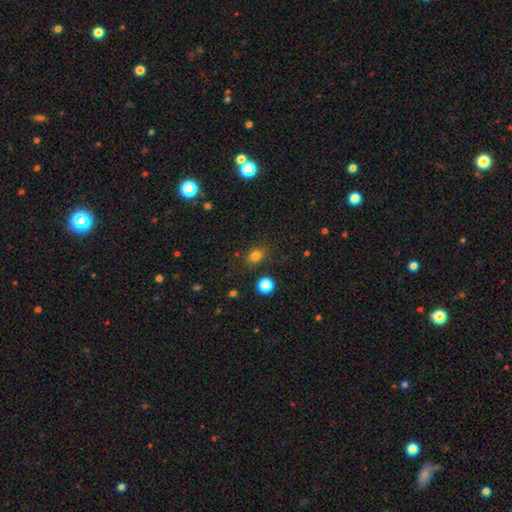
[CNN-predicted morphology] The model was most divided on "how rounded": in between: 55%, round: 44%, cigar-shaped: 2%. More confident: smooth or featured — smooth (79%); merging — none (79%).